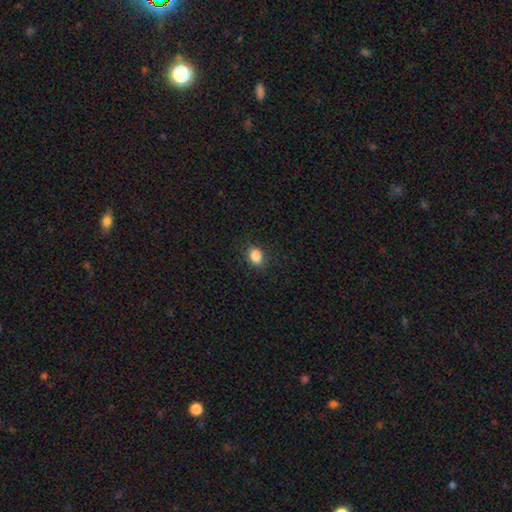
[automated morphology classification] A smooth galaxy with no disk features (86%) that is in between round and cigar-shaped (64%). Merging: none (84%).